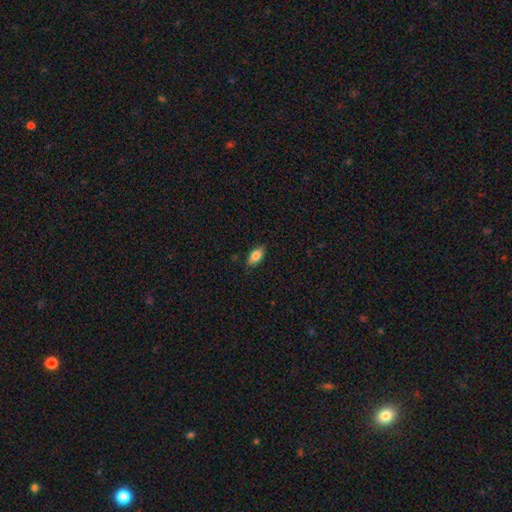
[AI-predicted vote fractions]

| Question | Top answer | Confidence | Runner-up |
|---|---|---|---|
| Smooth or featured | smooth | 82% | featured or disk (11%) |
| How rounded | in between | 89% | cigar-shaped (8%) |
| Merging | none | 85% | minor disturbance (12%) |